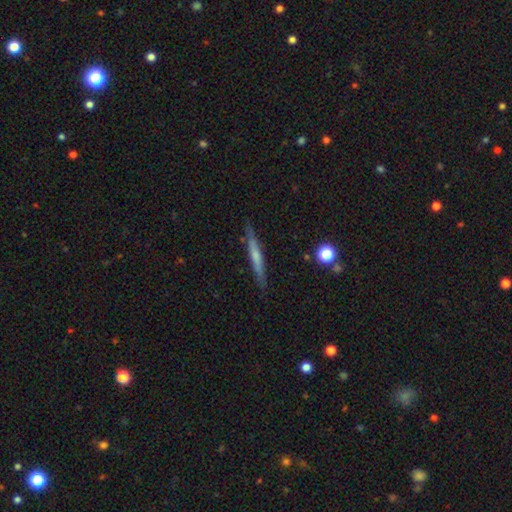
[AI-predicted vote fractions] Overall: smooth (47%; featured or disk 46%). Merging: none (86%).